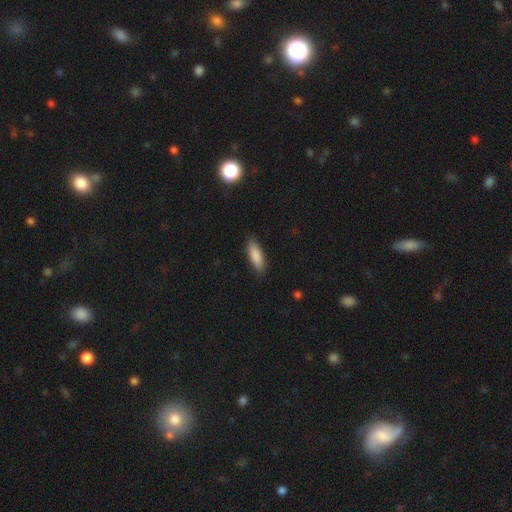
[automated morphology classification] This is clearly a smooth galaxy (87%). How rounded: possibly in between (55%). Merging: clearly none (87%).